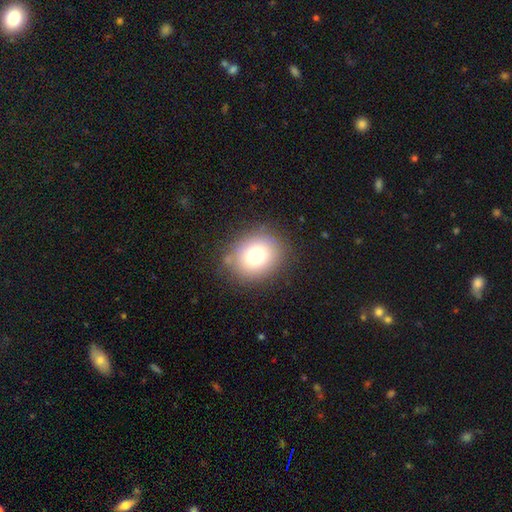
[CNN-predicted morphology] Smooth or featured? Predicted: smooth (p=0.77). How rounded? Predicted: round (p=0.70). Merging? Predicted: none (p=0.83).